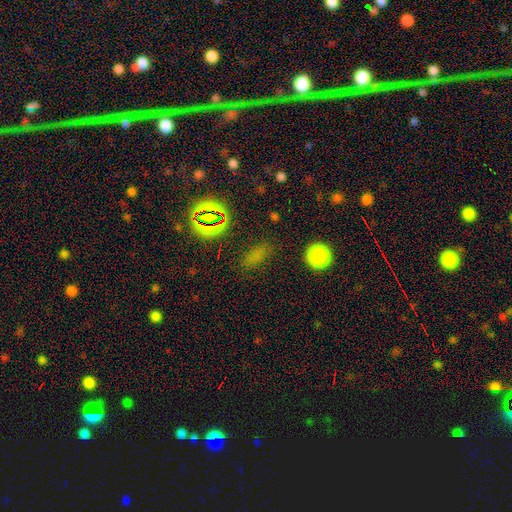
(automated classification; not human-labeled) This is possibly a smooth galaxy (59%). How rounded: likely in between (69%). Merging: clearly none (81%).